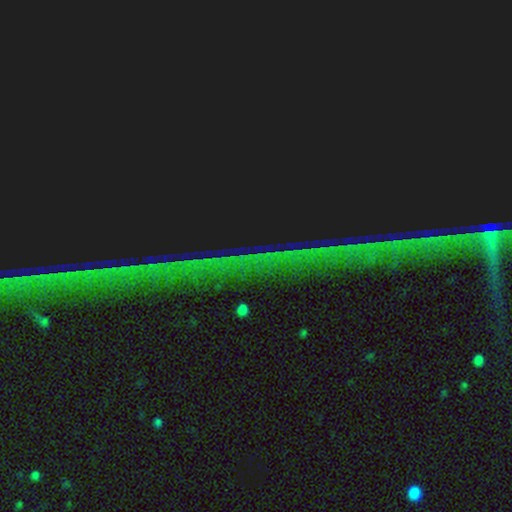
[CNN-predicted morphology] Q: Smooth or featured?
A: star or artifact (85%); runner-up: featured or disk (8%)